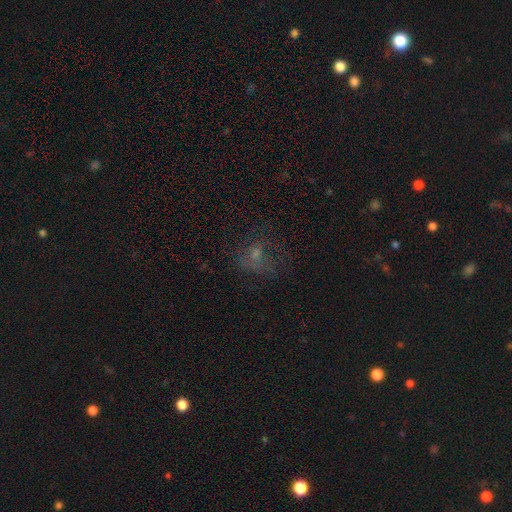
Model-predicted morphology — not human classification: Smooth or featured? Predicted: smooth (p=0.43). Merging? Predicted: none (p=0.44).